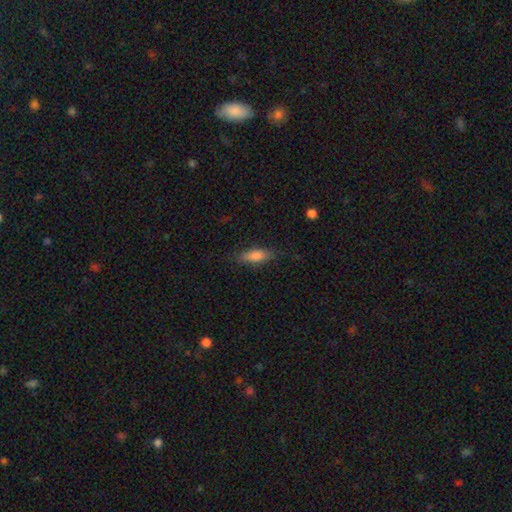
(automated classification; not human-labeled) smooth-or-featured: smooth: 78% | featured or disk: 15% | star or artifact: 7%
  how-rounded: in between: 59% | cigar-shaped: 38% | round: 3%
  merging: none: 80% | minor disturbance: 15% | major disturbance: 4% | merger: 1%